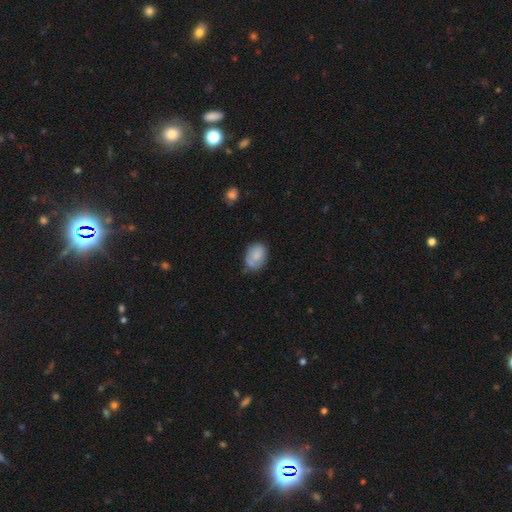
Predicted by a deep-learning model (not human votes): smooth 77%, featured or disk 16%, star or artifact 8%. Down the decision tree: how rounded — in between (75%); merging — none (60%).